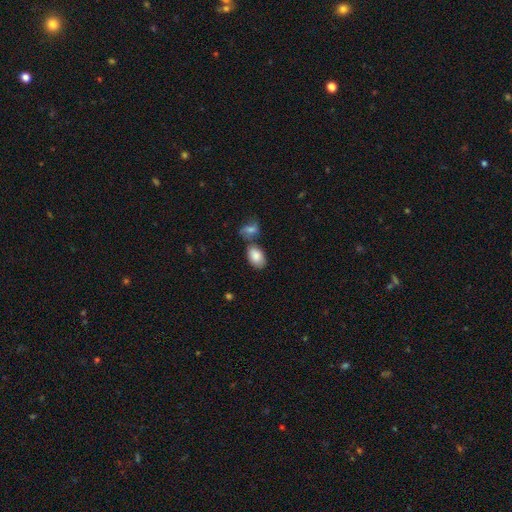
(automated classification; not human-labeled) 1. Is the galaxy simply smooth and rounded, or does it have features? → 84% smooth, 9% featured or disk, 7% star or artifact.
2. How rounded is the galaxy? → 91% in between, 8% round, 1% cigar-shaped.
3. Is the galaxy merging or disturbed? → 51% none, 29% merger, 16% minor disturbance, 5% major disturbance.